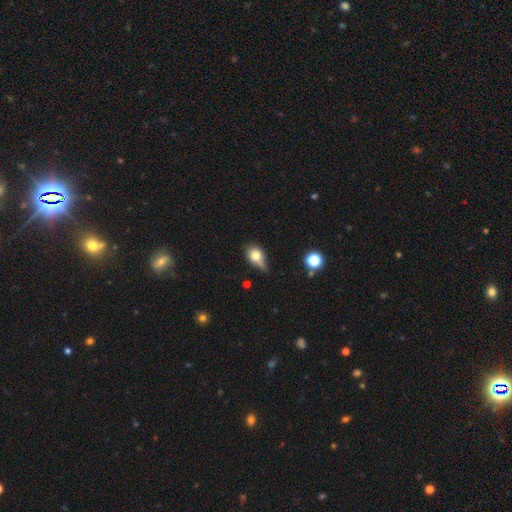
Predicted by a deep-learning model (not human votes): Morphology: type=smooth (73%); roundness=in between (60%); merging=none (39%).